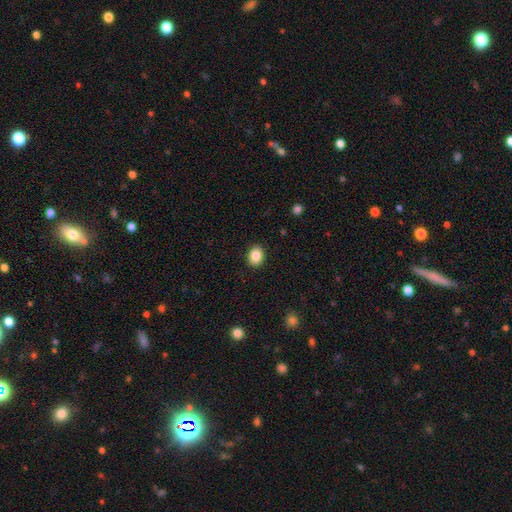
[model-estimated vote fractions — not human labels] Smooth or featured? smooth (86%)
How rounded? in between (53%)
Merging? none (91%)